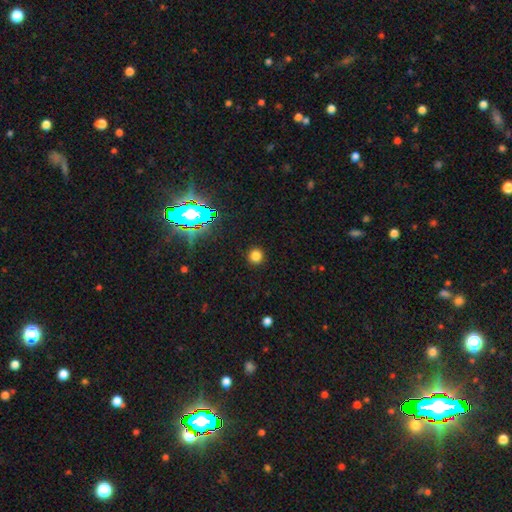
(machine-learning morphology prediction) Smooth or featured?
  - smooth: 76% *
  - star or artifact: 19%
  - featured or disk: 5%
How rounded?
  - round: 92% *
  - in between: 7%
  - cigar-shaped: 1%
Merging?
  - none: 91% *
  - minor disturbance: 6%
  - major disturbance: 2%
  - merger: 1%